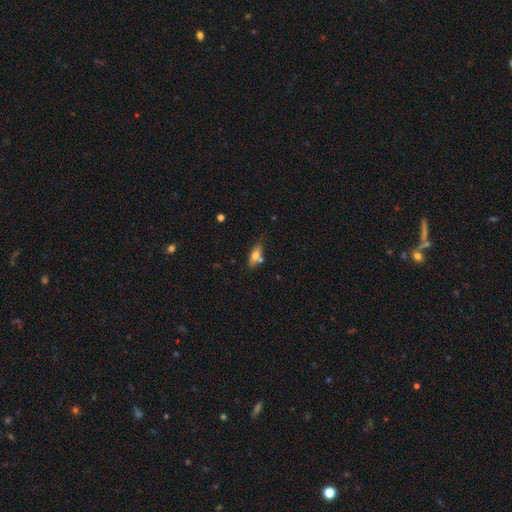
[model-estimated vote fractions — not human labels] A smooth galaxy with no disk features (64%) that is in between round and cigar-shaped (68%).

Vote fractions:
- Smooth or featured? smooth: 64% / featured or disk: 28% / star or artifact: 8%
- How rounded? in between: 68% / cigar-shaped: 29% / round: 3%
- Merging? none: 62% / minor disturbance: 19% / merger: 15% / major disturbance: 5%